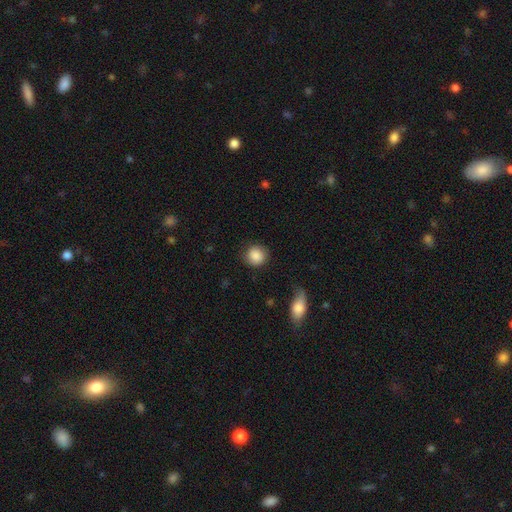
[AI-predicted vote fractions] Smooth or featured?
  - smooth: 87% *
  - star or artifact: 8%
  - featured or disk: 6%
How rounded?
  - round: 88% *
  - in between: 11%
  - cigar-shaped: 1%
Merging?
  - none: 83% *
  - minor disturbance: 12%
  - major disturbance: 4%
  - merger: 2%